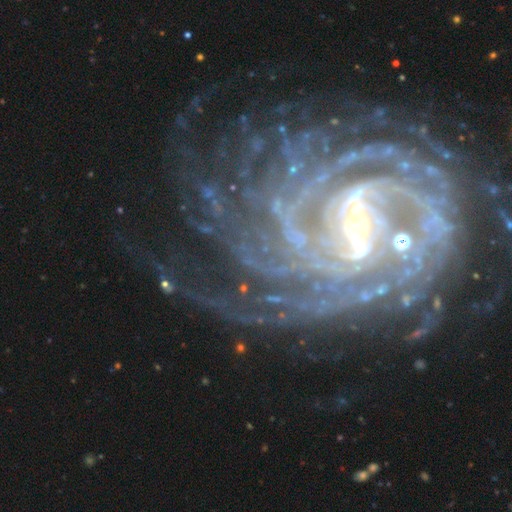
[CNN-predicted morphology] This appears to be a featured or disk galaxy (92%) with a strong bar (50%), more than 4 (27%) tight (68%) spiral arms (98%) and a small central bulge (66%). Merging: none (69%).